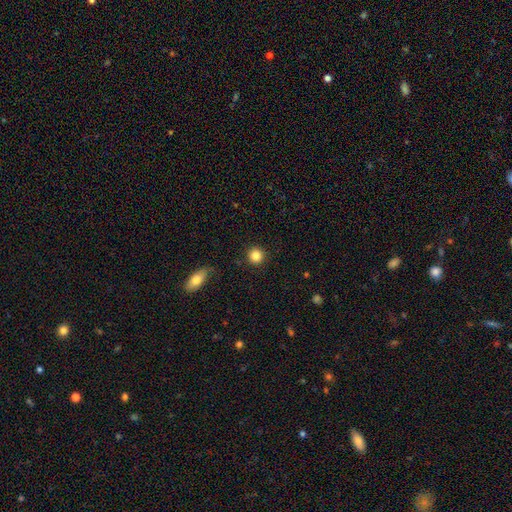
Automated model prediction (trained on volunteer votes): smooth_or_featured: smooth (p=0.85) [alt: star or artifact p=0.10]
how_rounded: round (p=0.94) [alt: in between p=0.05]
merging: none (p=0.91) [alt: minor disturbance p=0.06]